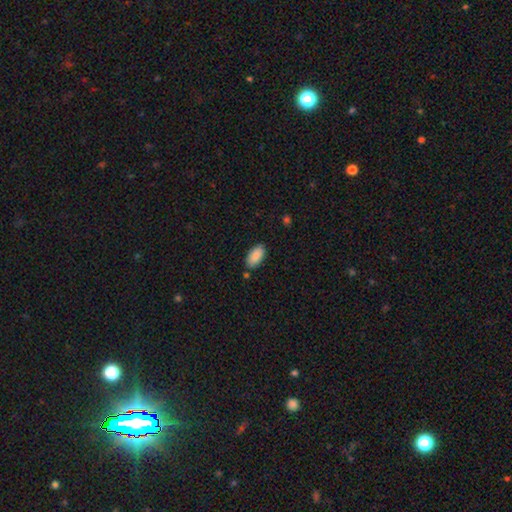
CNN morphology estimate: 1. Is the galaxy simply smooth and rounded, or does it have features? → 88% smooth, 6% star or artifact, 6% featured or disk.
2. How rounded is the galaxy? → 94% in between, 3% cigar-shaped, 2% round.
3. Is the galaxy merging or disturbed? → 82% none, 12% minor disturbance, 4% merger, 2% major disturbance.